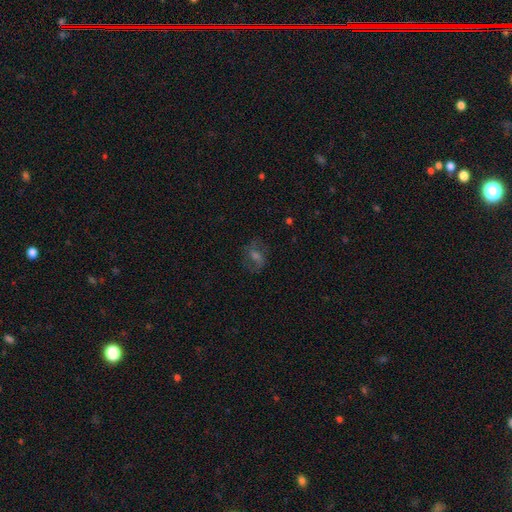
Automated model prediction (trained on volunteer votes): Smooth or featured?
  - featured or disk: 54% *
  - smooth: 26%
  - star or artifact: 20%
Edge-on disk?
  - no: 95% *
  - yes: 5%
Bar?
  - weak: 48% *
  - no: 31%
  - strong: 22%
Spiral arms?
  - yes: 80% *
  - no: 20%
Bulge size?
  - moderate: 43% *
  - small: 33%
  - none: 12%
  - large: 11%
  - dominant: 2%
Merging?
  - none: 75% *
  - minor disturbance: 15%
  - major disturbance: 9%
  - merger: 1%